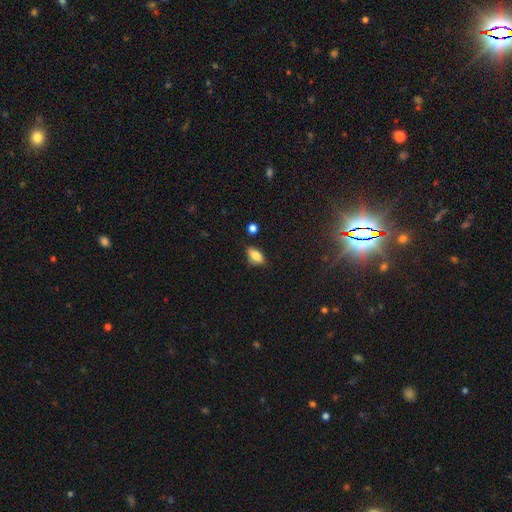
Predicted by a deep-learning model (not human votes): smooth-or-featured: smooth: 77% | featured or disk: 15% | star or artifact: 8%
  how-rounded: in between: 88% | cigar-shaped: 7% | round: 5%
  merging: none: 76% | minor disturbance: 18% | major disturbance: 3% | merger: 3%